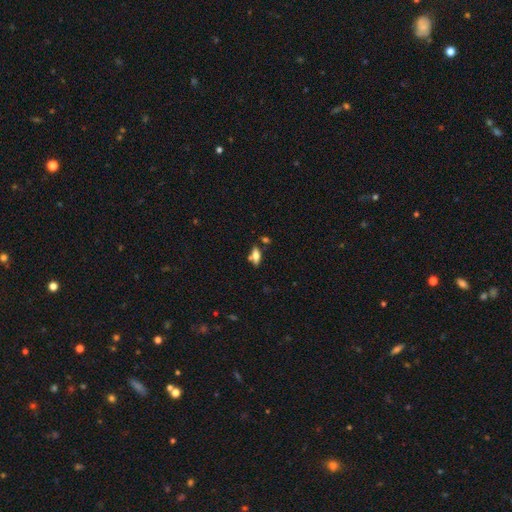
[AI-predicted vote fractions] The model was most divided on "smooth or featured": smooth: 60%, featured or disk: 32%, star or artifact: 9%. More confident: how rounded — in between (75%); merging — none (69%).